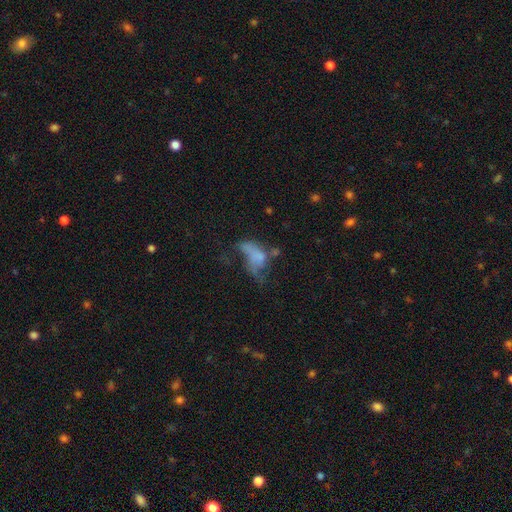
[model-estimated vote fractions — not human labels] Overall: smooth (44%; featured or disk 41%). Merging: major disturbance (49%; none 19%).